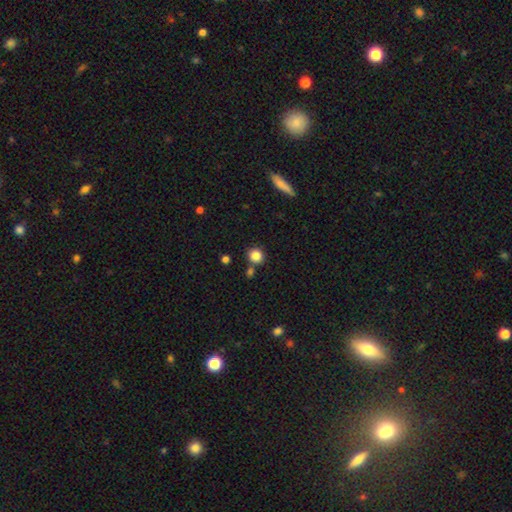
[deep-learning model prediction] The model was most divided on "merging": none: 77%, merger: 11%, minor disturbance: 9%, major disturbance: 3%. More confident: how rounded — round (86%); smooth or featured — smooth (84%).